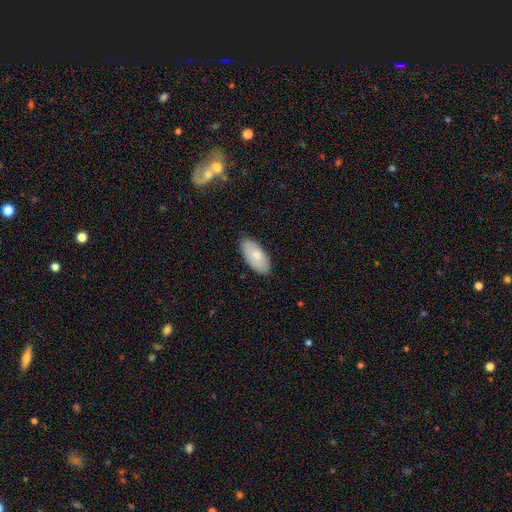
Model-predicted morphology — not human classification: This appears to be a smooth galaxy with no disk features (78%) that is in between round and cigar-shaped (93%). Merging: none (85%).